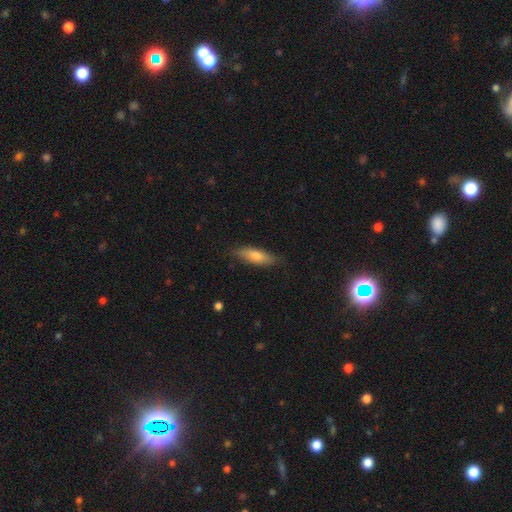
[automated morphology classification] This appears to be a smooth galaxy with no disk features (70%) that is cigar-shaped (49%, tied with in between). Merging: none (81%).